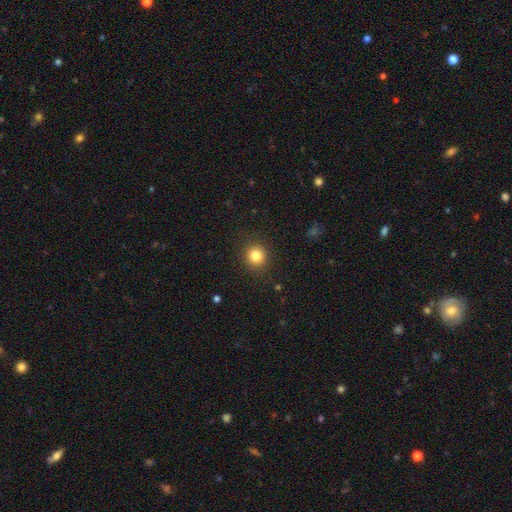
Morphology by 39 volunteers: A smooth galaxy with no disk features (85%) that is round (94%).

Vote fractions:
- Smooth or featured? smooth: 85% / featured or disk: 8% / star or artifact: 8%
- How rounded? round: 94% / in between: 6% / cigar-shaped: 0%
- Merging? none: 89% / minor disturbance: 6% / major disturbance: 6% / merger: 0%